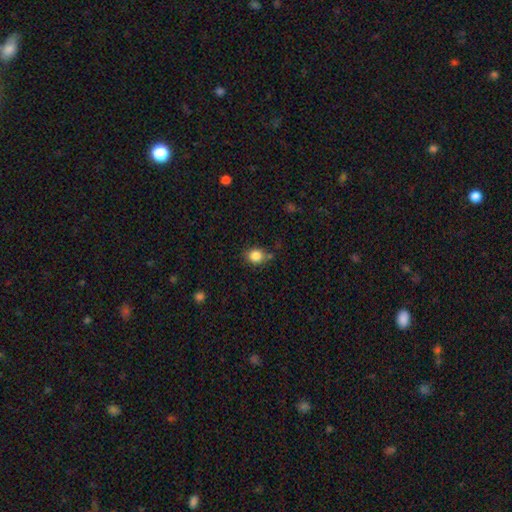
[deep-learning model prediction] A smooth galaxy with no disk features (85%) that is round (71%).

Vote fractions:
- Smooth or featured? smooth: 85% / star or artifact: 10% / featured or disk: 5%
- How rounded? round: 71% / in between: 28% / cigar-shaped: 1%
- Merging? none: 69% / minor disturbance: 19% / merger: 7% / major disturbance: 5%